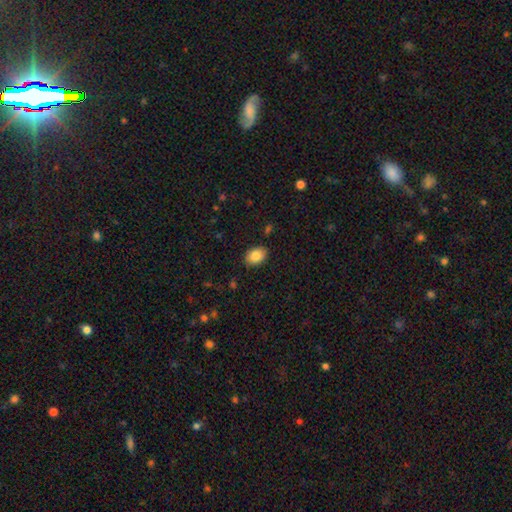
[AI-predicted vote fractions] smooth_or_featured: smooth (p=0.86) [alt: star or artifact p=0.07]
how_rounded: in between (p=0.79) [alt: round p=0.20]
merging: none (p=0.86) [alt: minor disturbance p=0.10]